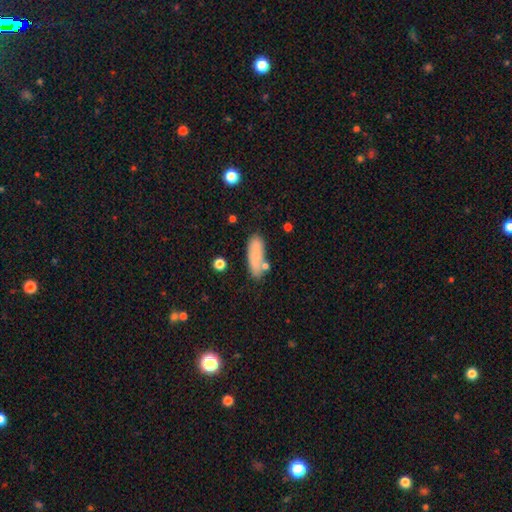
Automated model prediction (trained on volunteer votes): A smooth galaxy with no disk features (77%) that is in between round and cigar-shaped (62%).

Vote fractions:
- Smooth or featured? smooth: 77% / featured or disk: 16% / star or artifact: 7%
- How rounded? in between: 62% / cigar-shaped: 35% / round: 3%
- Merging? none: 70% / minor disturbance: 17% / merger: 9% / major disturbance: 4%